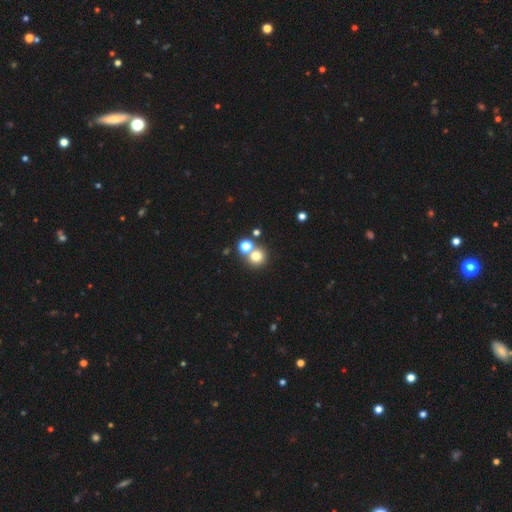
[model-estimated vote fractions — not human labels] smooth_or_featured: smooth (p=0.75) [alt: star or artifact p=0.17]
how_rounded: round (p=0.90) [alt: in between p=0.09]
merging: none (p=0.60) [alt: merger p=0.30]